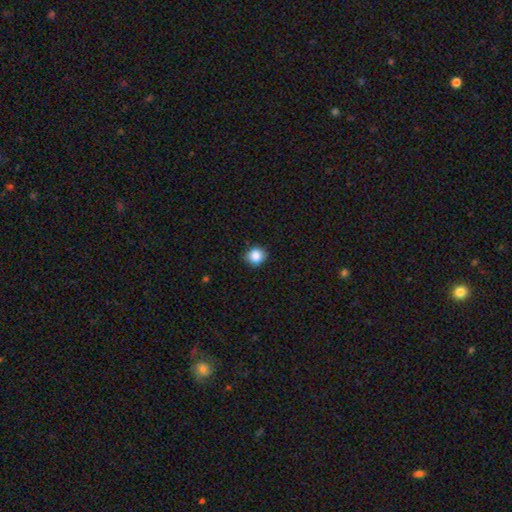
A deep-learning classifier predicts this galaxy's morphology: Smooth or featured?
  - smooth: 87% *
  - star or artifact: 9%
  - featured or disk: 4%
How rounded?
  - round: 84% *
  - in between: 16%
  - cigar-shaped: 1%
Merging?
  - none: 85% *
  - minor disturbance: 11%
  - major disturbance: 2%
  - merger: 1%